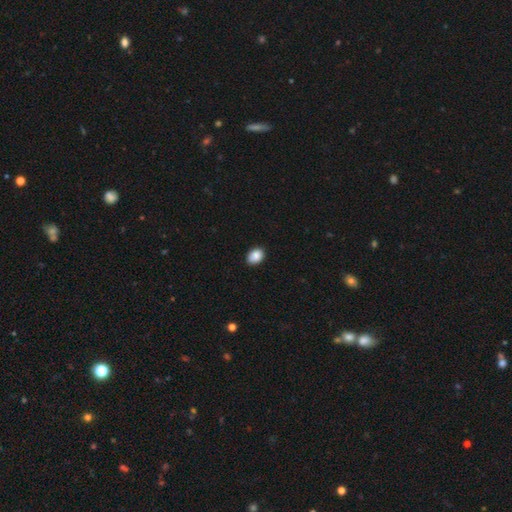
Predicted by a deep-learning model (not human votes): Q: Smooth or featured?
A: smooth (88%); runner-up: star or artifact (8%)
Q: How rounded?
A: in between (70%); runner-up: round (29%)
Q: Merging?
A: none (85%); runner-up: minor disturbance (12%)